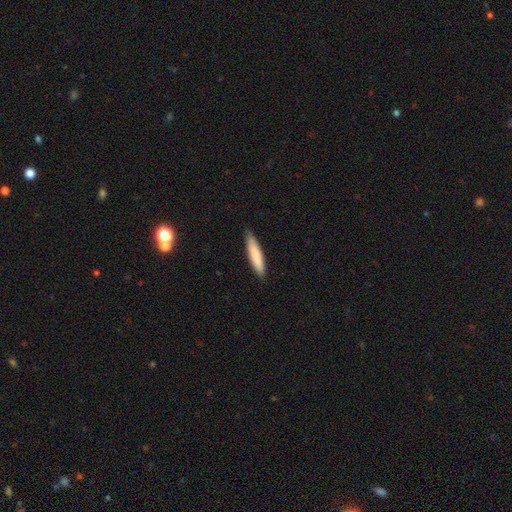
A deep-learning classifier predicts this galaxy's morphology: The model was most divided on "smooth or featured": smooth: 80%, featured or disk: 15%, star or artifact: 5%. More confident: merging — none (87%); how rounded — cigar-shaped (87%).